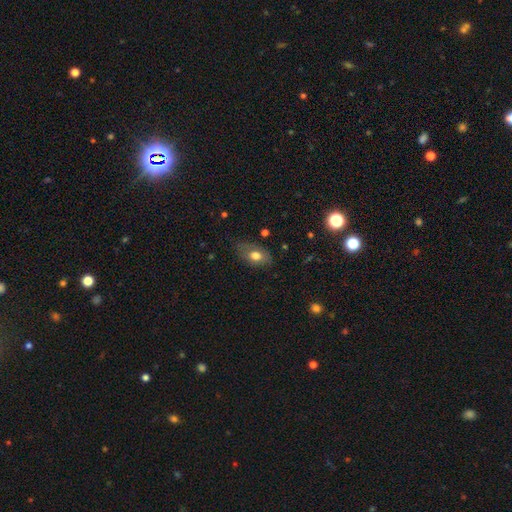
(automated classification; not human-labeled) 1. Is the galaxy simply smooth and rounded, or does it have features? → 70% smooth, 22% featured or disk, 9% star or artifact.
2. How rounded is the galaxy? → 87% in between, 11% round, 2% cigar-shaped.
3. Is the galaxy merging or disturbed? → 68% none, 24% minor disturbance, 7% major disturbance, 2% merger.